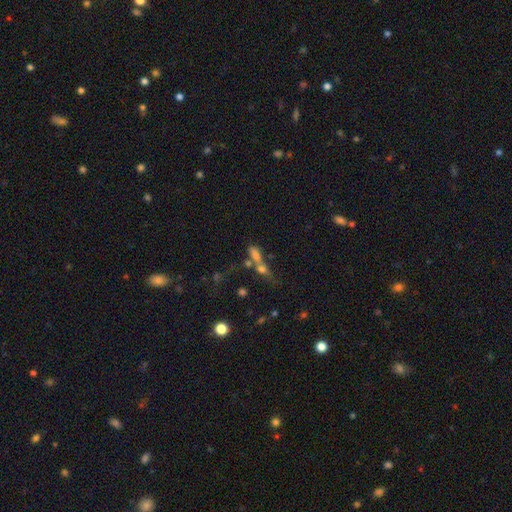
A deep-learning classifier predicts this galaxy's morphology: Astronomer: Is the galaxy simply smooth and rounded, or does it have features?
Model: smooth — 52%.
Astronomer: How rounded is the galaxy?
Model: in between — 47% (runner-up: cigar-shaped, 39%).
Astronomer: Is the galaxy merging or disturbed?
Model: merger — 48% (runner-up: none, 31%).